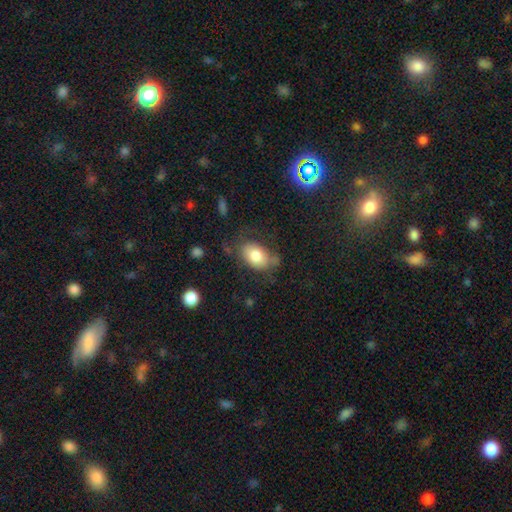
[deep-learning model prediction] This appears to be a smooth galaxy with no disk features (77%) that is in between round and cigar-shaped (86%). Merging: none (57%).